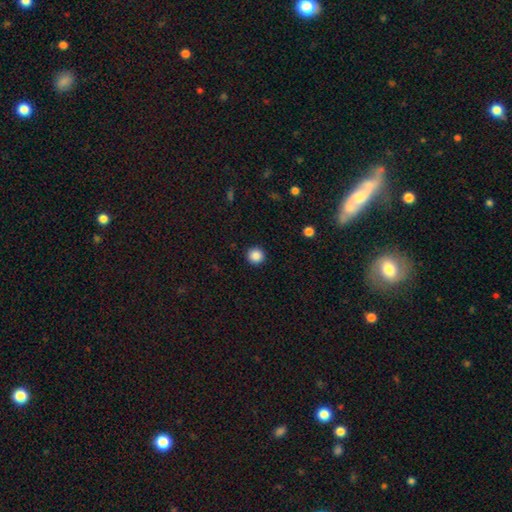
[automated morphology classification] Smooth or featured? Predicted: smooth (p=0.87). How rounded? Predicted: round (p=0.95). Merging? Predicted: none (p=0.93).